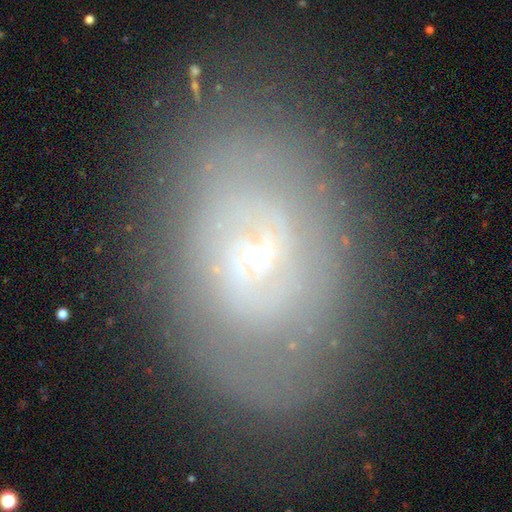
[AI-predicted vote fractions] smooth-or-featured: featured or disk: 70% | smooth: 21% | star or artifact: 9%
  disk-edge-on: no: 95% | yes: 5%
    bar: no: 50% | weak: 39% | strong: 11%
    has-spiral-arms: yes: 72% | no: 28%
    bulge-size: small: 76% | moderate: 19% | large: 2% | none: 2% | dominant: 1%
  merging: none: 76% | minor disturbance: 15% | major disturbance: 7% | merger: 2%